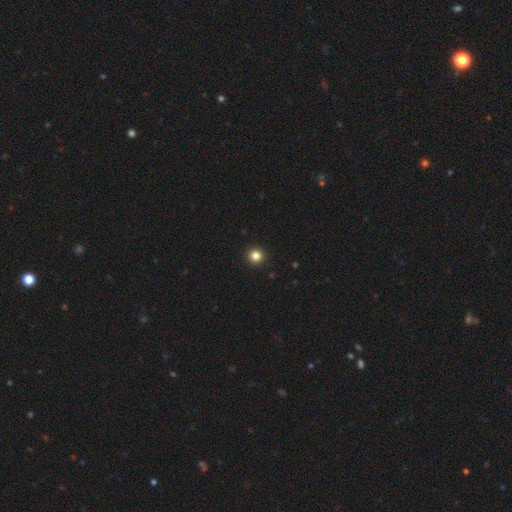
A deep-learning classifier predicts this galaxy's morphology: The model was most divided on "smooth or featured": smooth: 84%, star or artifact: 12%, featured or disk: 4%. More confident: how rounded — round (95%); merging — none (94%).